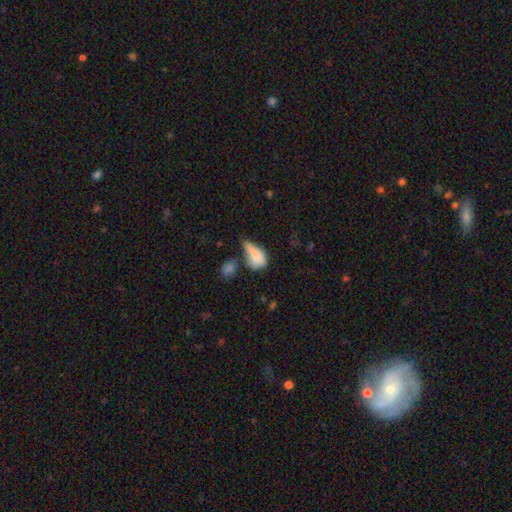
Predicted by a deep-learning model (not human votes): Q: Smooth or featured?
A: smooth (75%); runner-up: featured or disk (16%)
Q: How rounded?
A: in between (82%); runner-up: round (12%)
Q: Merging?
A: minor disturbance (28%); runner-up: merger (26%)